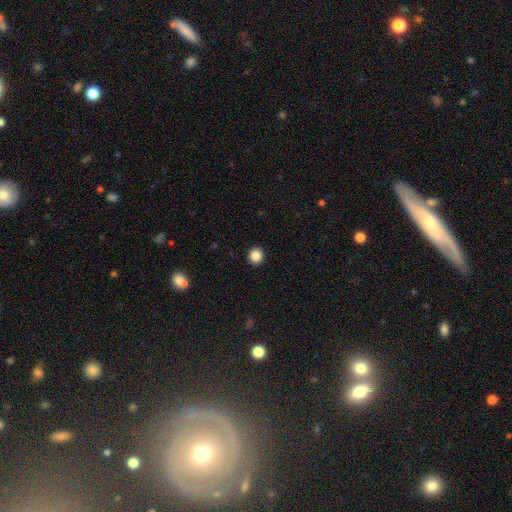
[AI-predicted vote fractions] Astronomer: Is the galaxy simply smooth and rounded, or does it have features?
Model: smooth — 87%.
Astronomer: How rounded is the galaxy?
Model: round — 91%.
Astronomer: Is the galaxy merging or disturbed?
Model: none — 93%.